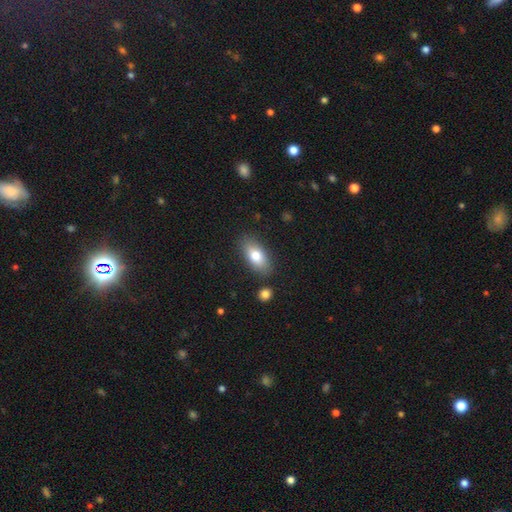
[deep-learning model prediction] Smooth or featured? Predicted: smooth (p=0.77). How rounded? Predicted: in between (p=0.87). Merging? Predicted: none (p=0.83).